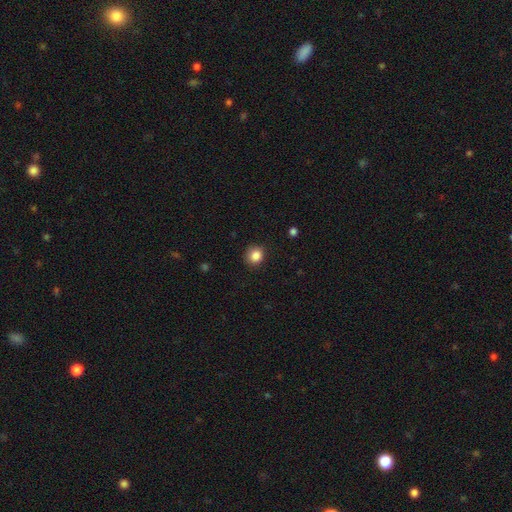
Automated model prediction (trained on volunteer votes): Morphology: type=smooth (86%); roundness=round (82%); merging=none (88%).